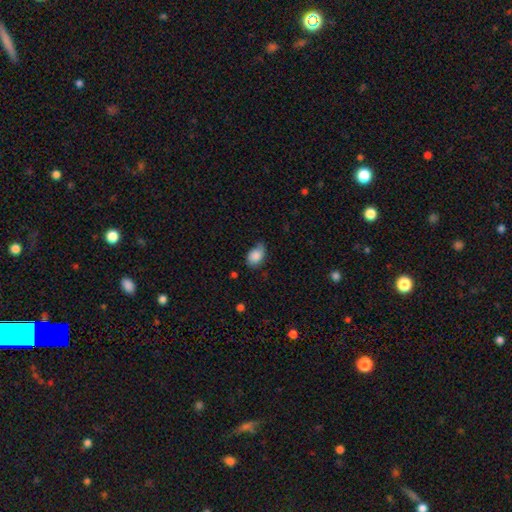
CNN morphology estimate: Smooth or featured?
  - smooth: 81% *
  - featured or disk: 12%
  - star or artifact: 8%
How rounded?
  - in between: 83% *
  - round: 16%
  - cigar-shaped: 1%
Merging?
  - none: 50% *
  - minor disturbance: 38%
  - major disturbance: 9%
  - merger: 2%